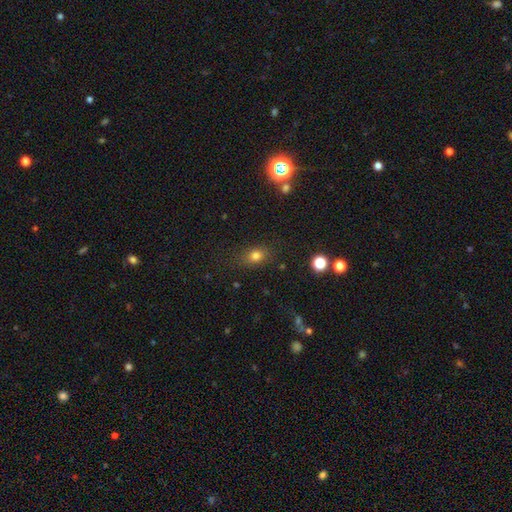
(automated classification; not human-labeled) A smooth galaxy with no disk features (78%) that is in between round and cigar-shaped (59%). Merging: none (80%).